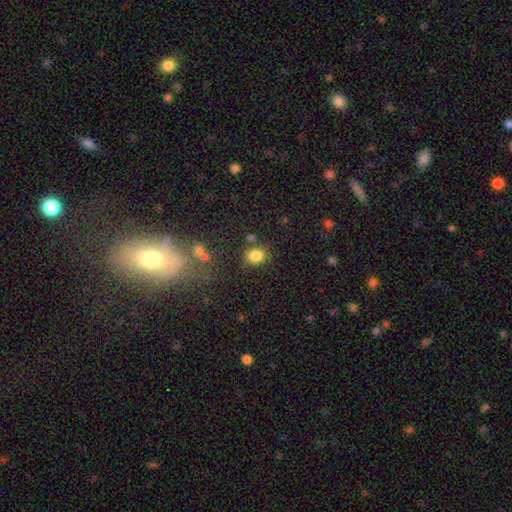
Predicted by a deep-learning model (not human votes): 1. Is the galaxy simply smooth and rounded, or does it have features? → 83% smooth, 11% star or artifact, 6% featured or disk.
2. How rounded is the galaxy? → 57% round, 42% in between, 1% cigar-shaped.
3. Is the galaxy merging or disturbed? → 72% none, 15% minor disturbance, 8% merger, 5% major disturbance.